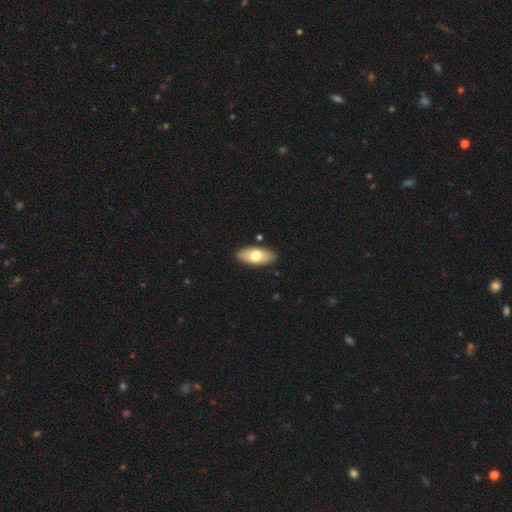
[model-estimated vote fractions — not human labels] Smooth or featured?
  - smooth: 69% *
  - featured or disk: 25%
  - star or artifact: 6%
How rounded?
  - in between: 88% *
  - cigar-shaped: 9%
  - round: 3%
Merging?
  - none: 88% *
  - minor disturbance: 8%
  - major disturbance: 2%
  - merger: 2%